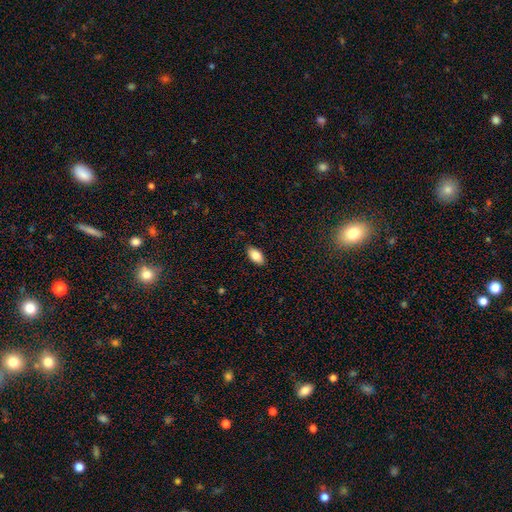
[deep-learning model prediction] Morphology: type=smooth (83%); roundness=in between (94%); merging=none (88%).